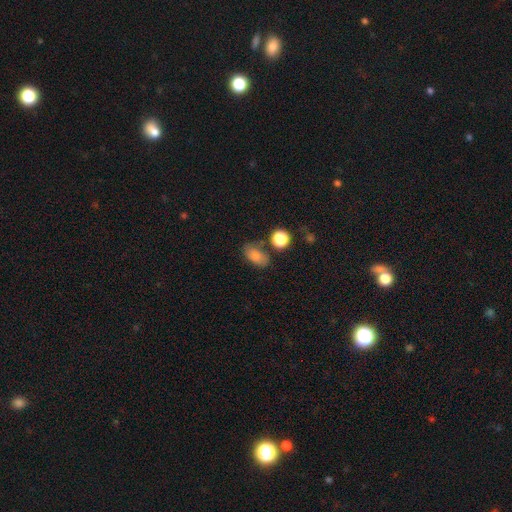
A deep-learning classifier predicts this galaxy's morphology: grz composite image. It shows a smooth galaxy with no disk features (81%) that is in between round and cigar-shaped (87%). Merging: none (64%).